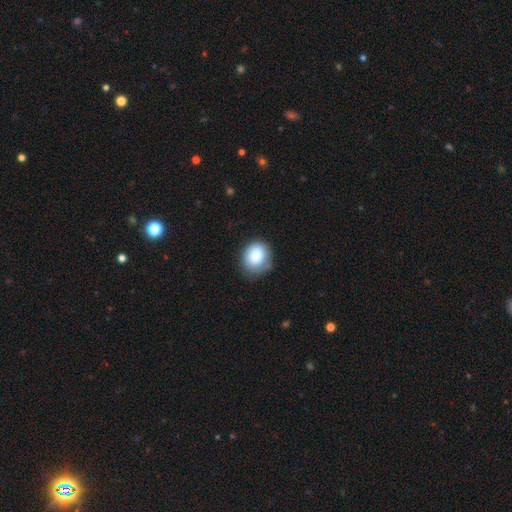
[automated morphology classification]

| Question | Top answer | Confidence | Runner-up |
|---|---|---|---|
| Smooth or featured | smooth | 85% | featured or disk (8%) |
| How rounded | round | 68% | in between (31%) |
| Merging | none | 64% | minor disturbance (26%) |